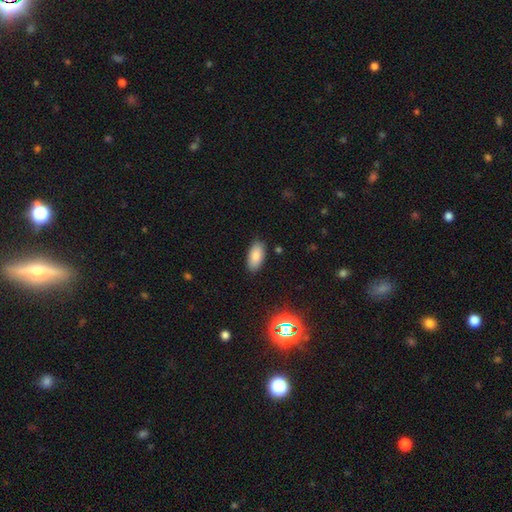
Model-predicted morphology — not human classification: smooth_or_featured: smooth (p=0.84) [alt: star or artifact p=0.09]
how_rounded: in between (p=0.92) [alt: cigar-shaped p=0.05]
merging: none (p=0.86) [alt: minor disturbance p=0.10]